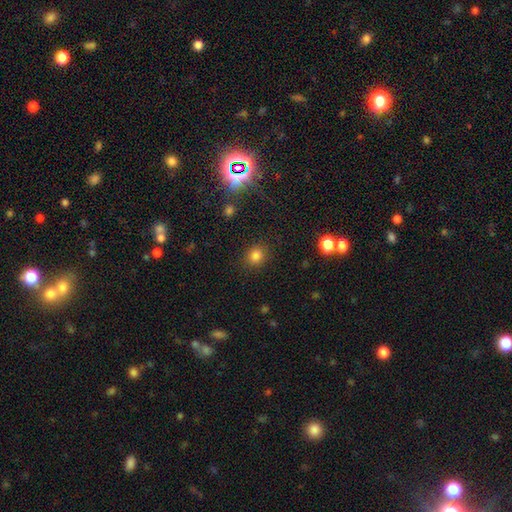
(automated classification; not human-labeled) Q: Smooth or featured?
A: smooth (80%); runner-up: star or artifact (15%)
Q: How rounded?
A: round (75%); runner-up: in between (24%)
Q: Merging?
A: none (86%); runner-up: minor disturbance (9%)